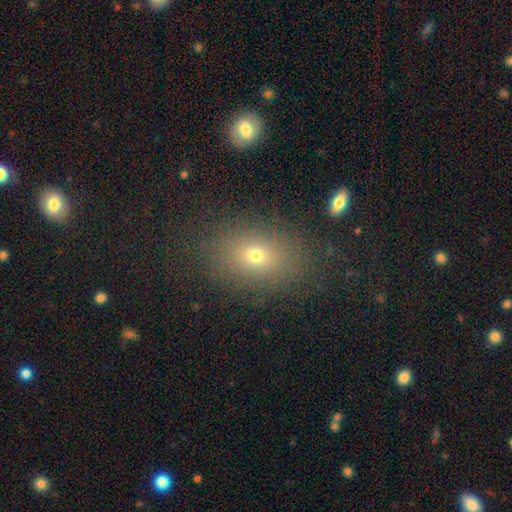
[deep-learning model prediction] The model was most divided on "how rounded": in between: 71%, round: 27%, cigar-shaped: 2%. More confident: merging — none (82%); smooth or featured — smooth (68%).